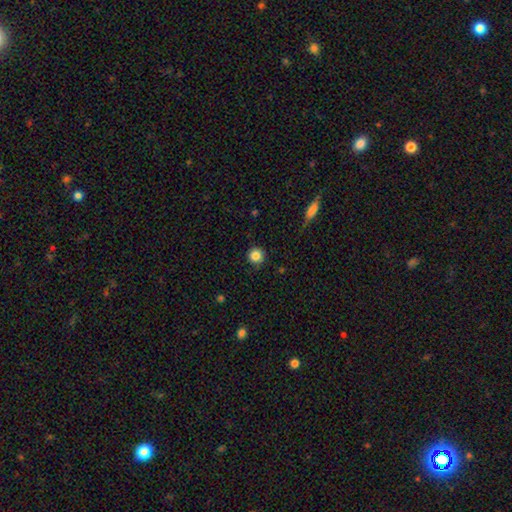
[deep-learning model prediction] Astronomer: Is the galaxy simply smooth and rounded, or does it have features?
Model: smooth — 85%.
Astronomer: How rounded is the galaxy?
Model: round — 94%.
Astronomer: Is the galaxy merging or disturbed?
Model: none — 86%.